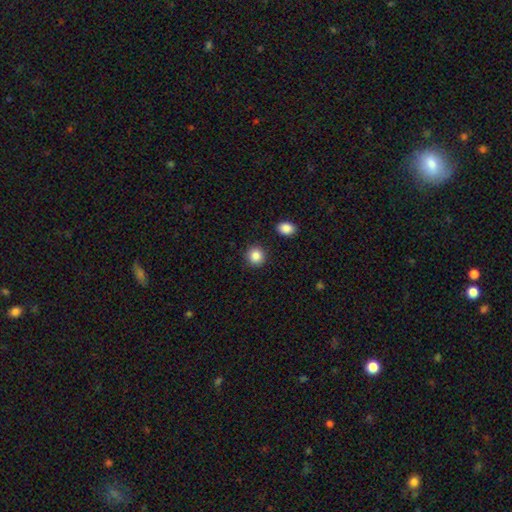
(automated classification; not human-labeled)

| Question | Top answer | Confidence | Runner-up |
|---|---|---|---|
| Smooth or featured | smooth | 87% | star or artifact (9%) |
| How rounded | round | 91% | in between (8%) |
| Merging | none | 90% | minor disturbance (6%) |